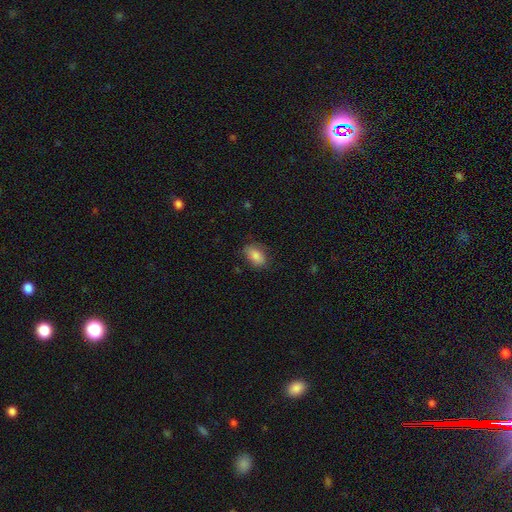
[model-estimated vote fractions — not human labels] Overall: smooth (83%). How rounded: in between (89%). Merging: none (74%).